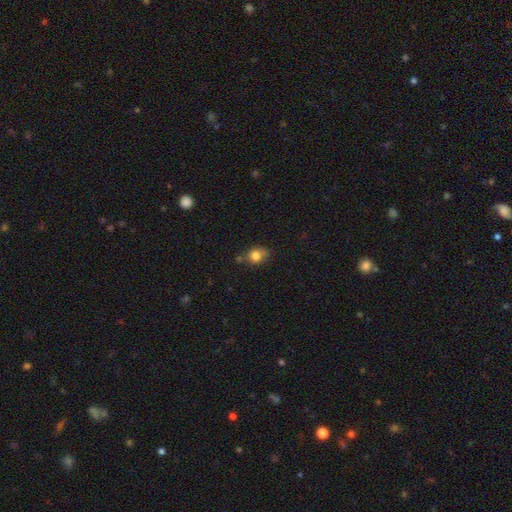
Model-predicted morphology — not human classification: A smooth galaxy with no disk features (79%) that is in between round and cigar-shaped (51%). Merging: none (60%).